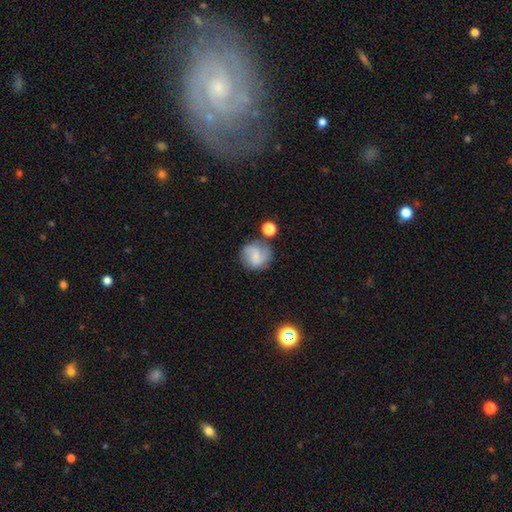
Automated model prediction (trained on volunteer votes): Smooth or featured? smooth (61%)
How rounded? round (83%)
Merging? none (58%)